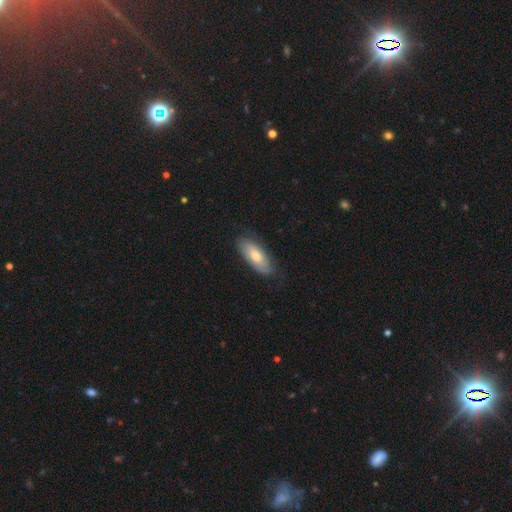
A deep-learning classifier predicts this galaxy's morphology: A smooth galaxy with no disk features (65%) that is in between round and cigar-shaped (81%). Merging: none (74%).